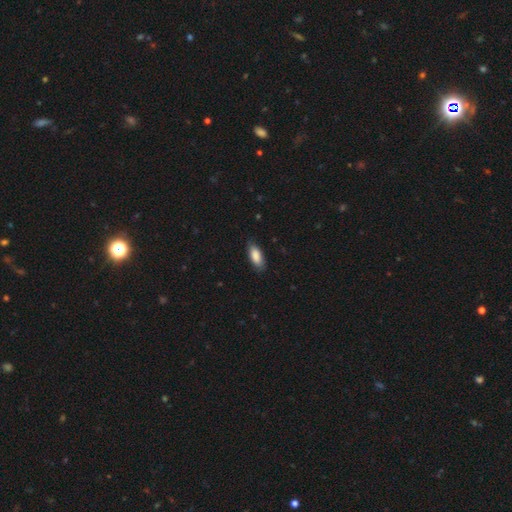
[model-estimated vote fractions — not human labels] smooth-or-featured: smooth: 86% | featured or disk: 8% | star or artifact: 6%
  how-rounded: in between: 81% | cigar-shaped: 17% | round: 2%
  merging: none: 82% | minor disturbance: 14% | major disturbance: 2% | merger: 1%